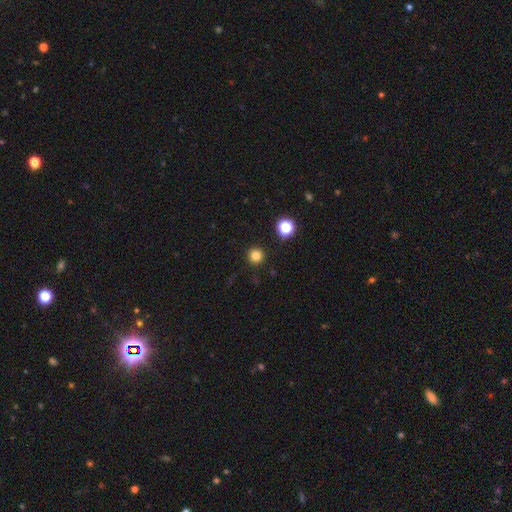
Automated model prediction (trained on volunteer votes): This appears to be a smooth galaxy with no disk features (81%) that is round (95%). Merging: none (92%).